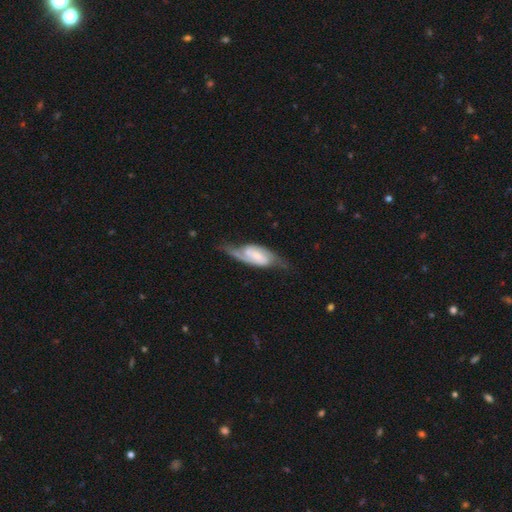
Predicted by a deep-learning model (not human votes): smooth_or_featured: featured or disk (p=0.82) [alt: smooth p=0.13]
disk_edge_on: no (p=0.94) [alt: yes p=0.06]
bar: weak (p=0.42) [alt: strong p=0.32]
has_spiral_arms: yes (p=0.95) [alt: no p=0.05]
spiral_winding: medium (p=0.45) [alt: loose p=0.35]
spiral_arm_count: 2 (p=0.89) [alt: can't tell p=0.04]
bulge_size: small (p=0.45) [alt: moderate p=0.25]
merging: none (p=0.64) [alt: minor disturbance p=0.21]